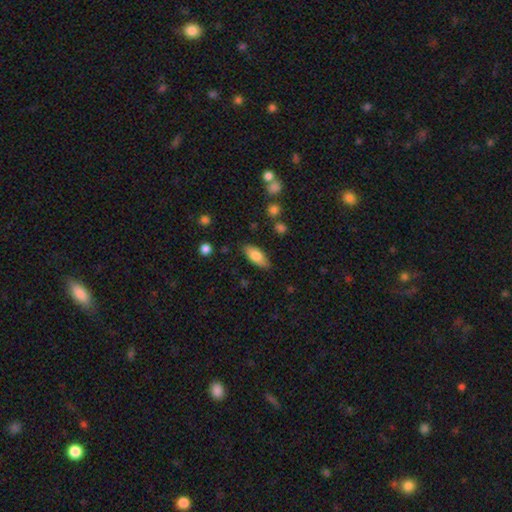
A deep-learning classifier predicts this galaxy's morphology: Smooth or featured? smooth (78%)
How rounded? in between (82%)
Merging? none (81%)